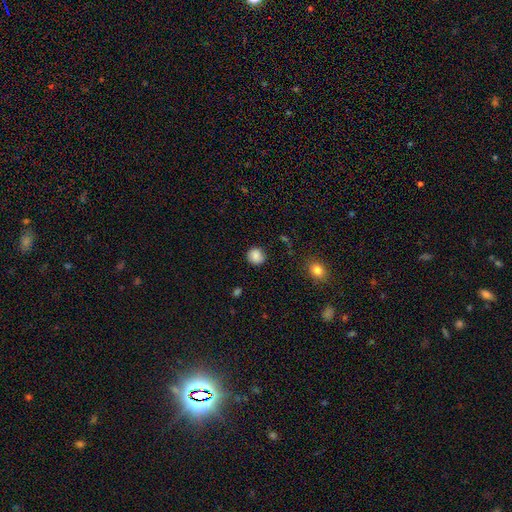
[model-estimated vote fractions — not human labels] Smooth or featured: smooth — 87% (star or artifact — 9%)
How rounded: round — 90% (in between — 9%)
Merging: none — 86% (minor disturbance — 10%)